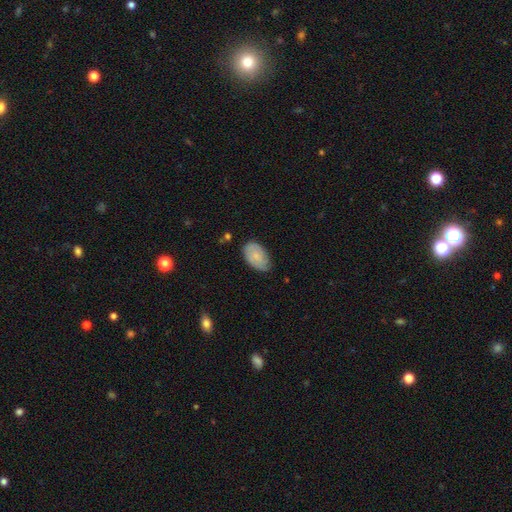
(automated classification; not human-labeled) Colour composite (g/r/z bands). It shows a smooth galaxy with no disk features (59%) that is in between round and cigar-shaped (92%). Merging: none (70%).